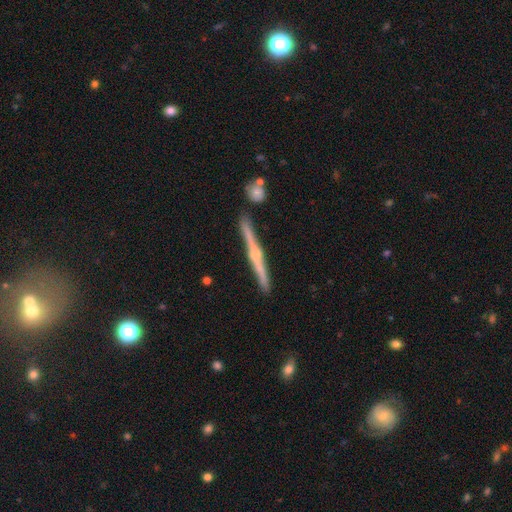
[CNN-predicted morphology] This is likely a featured or disk galaxy (78%). It is clearly viewed edge-on (98%). Edge-on bulge: clearly rounded (80%). Merging: clearly none (88%).